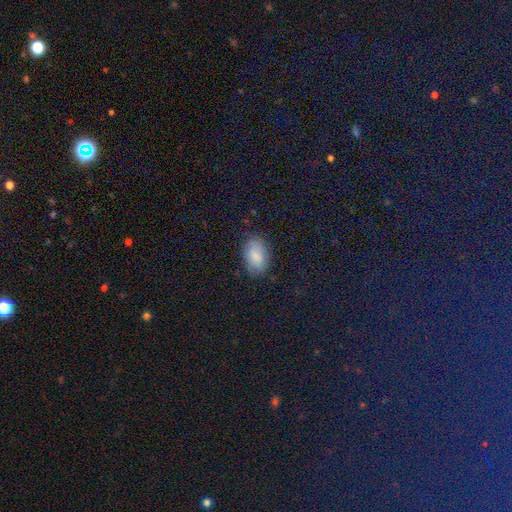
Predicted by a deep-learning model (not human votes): The model was most divided on "merging": none: 81%, minor disturbance: 14%, major disturbance: 4%, merger: 1%. More confident: how rounded — in between (91%); smooth or featured — smooth (83%).